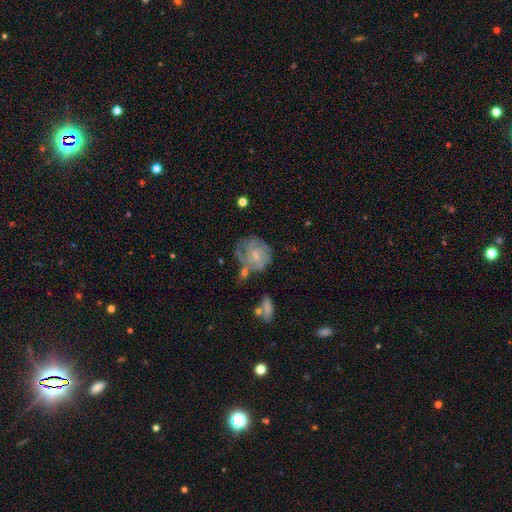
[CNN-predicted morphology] A featured or disk galaxy (70%) with no bar (54%), tight (61%) spiral arms (85%) and a small central bulge (65%). Merging: none (43%).